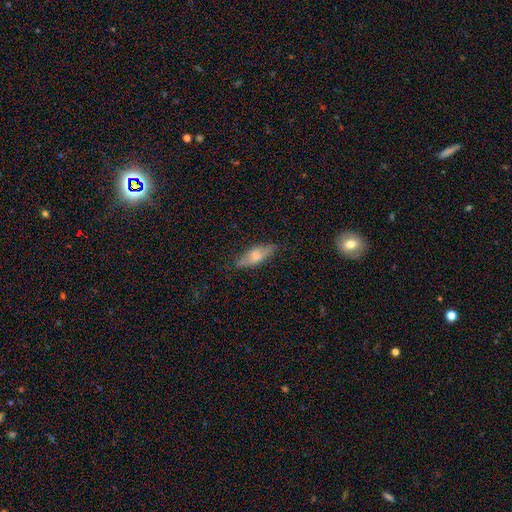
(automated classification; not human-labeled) Smooth or featured? Predicted: smooth (p=0.54). How rounded? Predicted: in between (p=0.53). Merging? Predicted: none (p=0.78).